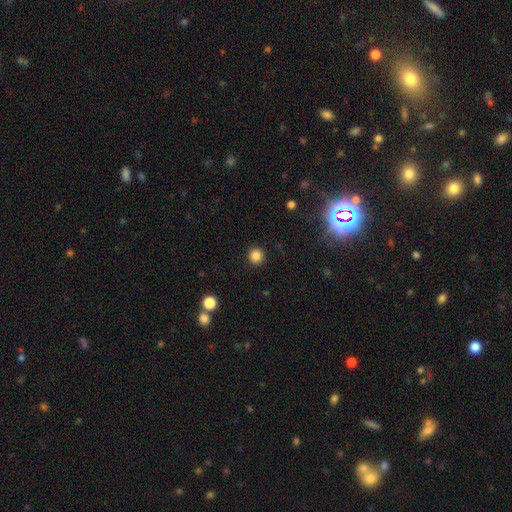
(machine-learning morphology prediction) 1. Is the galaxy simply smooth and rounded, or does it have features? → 84% smooth, 12% star or artifact, 4% featured or disk.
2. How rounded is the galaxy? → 95% round, 4% in between, 1% cigar-shaped.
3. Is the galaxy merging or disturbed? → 93% none, 4% minor disturbance, 2% major disturbance, 1% merger.